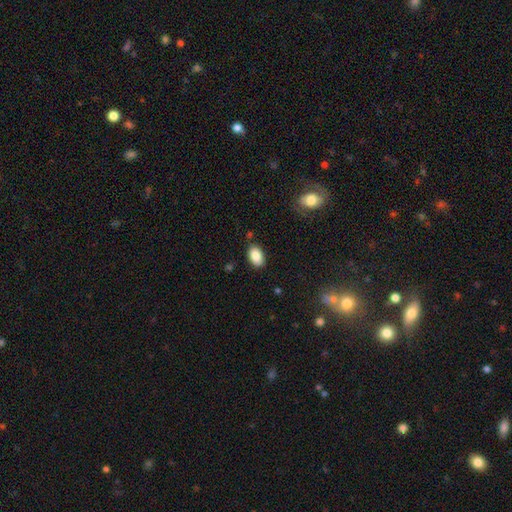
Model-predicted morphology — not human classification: The model was most divided on "merging": none: 84%, minor disturbance: 11%, major disturbance: 3%, merger: 2%. More confident: how rounded — in between (90%); smooth or featured — smooth (87%).